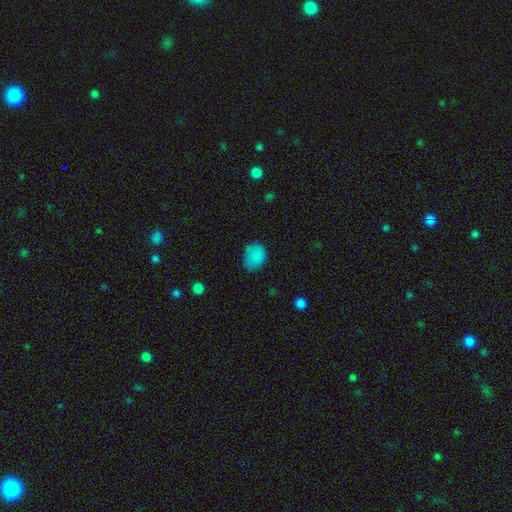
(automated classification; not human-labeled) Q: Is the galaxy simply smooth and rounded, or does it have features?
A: smooth — 85%.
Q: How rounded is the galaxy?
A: in between — 53%.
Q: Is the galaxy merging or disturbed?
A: none — 70%.